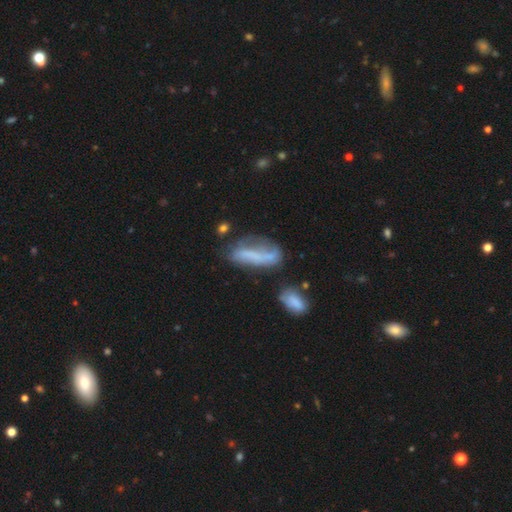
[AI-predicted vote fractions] smooth-or-featured: smooth: 50% | featured or disk: 39% | star or artifact: 11%
  merging: none: 39% | minor disturbance: 26% | major disturbance: 20% | merger: 15%